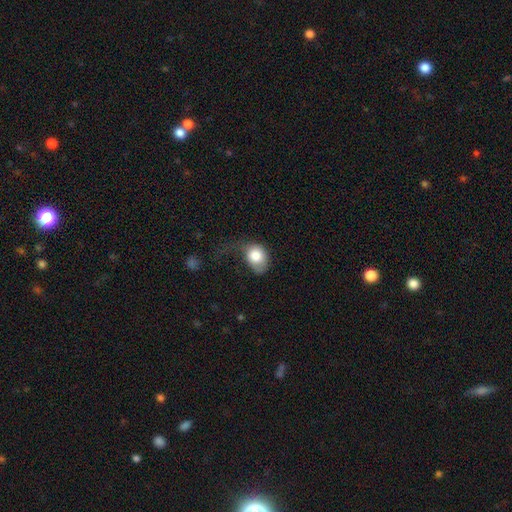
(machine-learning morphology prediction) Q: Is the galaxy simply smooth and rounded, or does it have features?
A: smooth — 80%.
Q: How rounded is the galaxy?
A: in between — 54%.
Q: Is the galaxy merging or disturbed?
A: major disturbance — 43%.